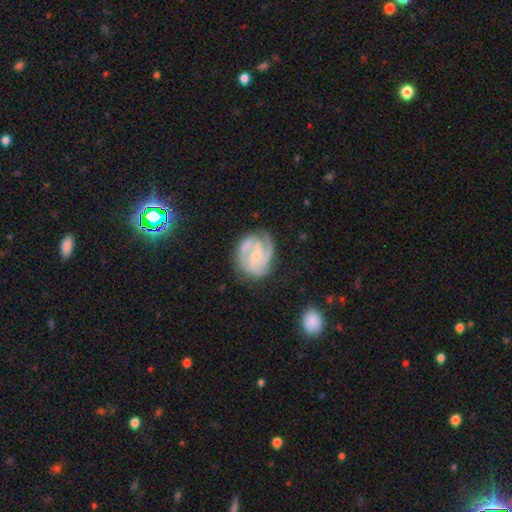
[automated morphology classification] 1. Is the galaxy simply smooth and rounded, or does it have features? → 85% featured or disk, 9% smooth, 6% star or artifact.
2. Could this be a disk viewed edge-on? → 98% no, 2% yes.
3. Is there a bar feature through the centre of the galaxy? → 63% no, 30% weak, 7% strong.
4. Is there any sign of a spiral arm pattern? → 97% yes, 3% no.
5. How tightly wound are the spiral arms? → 58% tight, 35% medium, 7% loose.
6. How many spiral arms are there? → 45% 3, 28% 2, 12% can't tell, 6% 4, 4% 1, 4% more than 4.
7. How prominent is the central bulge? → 62% small, 26% moderate, 9% none, 2% large, 1% dominant.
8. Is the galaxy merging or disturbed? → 68% none, 20% minor disturbance, 9% major disturbance, 3% merger.